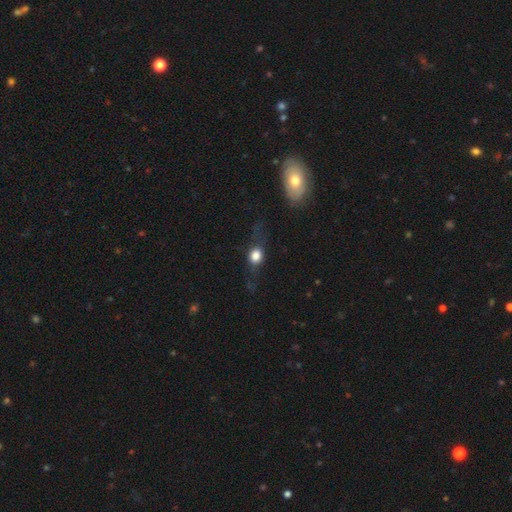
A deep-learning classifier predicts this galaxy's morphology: Q: Smooth or featured?
A: smooth (56%); runner-up: featured or disk (32%)
Q: How rounded?
A: round (57%); runner-up: in between (33%)
Q: Merging?
A: none (65%); runner-up: minor disturbance (18%)